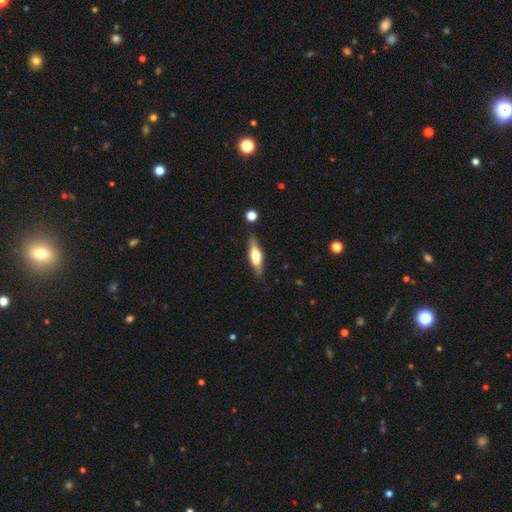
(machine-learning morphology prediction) type=featured or disk (52%); edge-on=yes (88%); merging=none (77%).